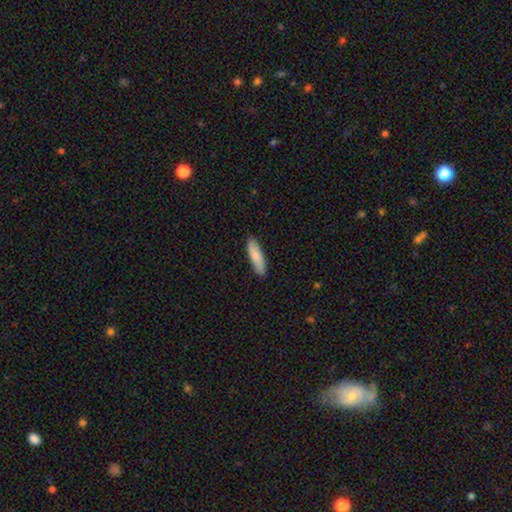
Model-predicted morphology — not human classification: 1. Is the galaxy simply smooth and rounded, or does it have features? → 84% smooth, 11% featured or disk, 5% star or artifact.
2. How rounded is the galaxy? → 66% cigar-shaped, 33% in between, 2% round.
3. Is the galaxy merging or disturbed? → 88% none, 9% minor disturbance, 2% major disturbance, 1% merger.